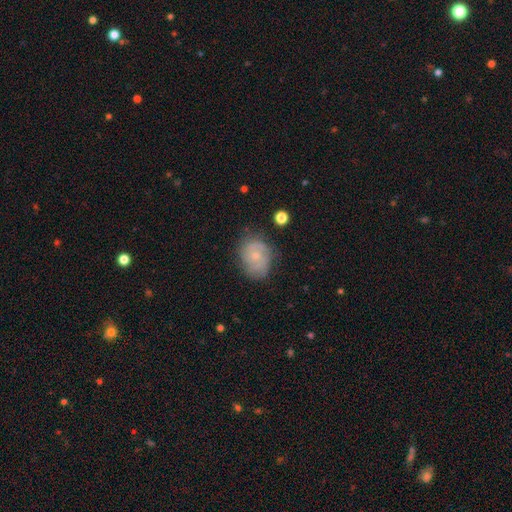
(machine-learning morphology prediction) Smooth or featured? featured or disk (62%)
Edge-on disk? no (97%)
Bar? no (79%)
Spiral arms? yes (85%)
Spiral winding? tight (51%)
Spiral arm count? 2 (41%)
Bulge size? small (70%)
Merging? none (69%)